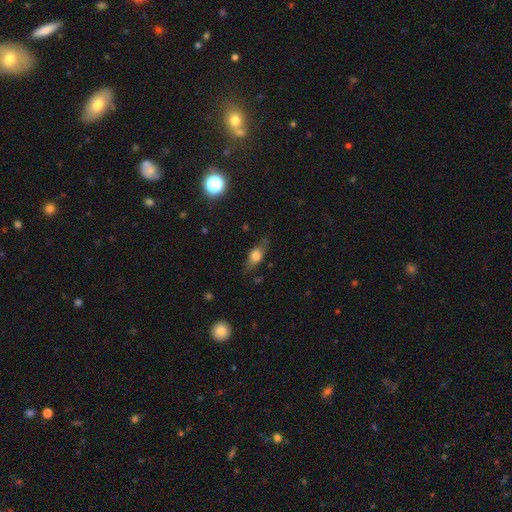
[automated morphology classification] Q: Smooth or featured?
A: smooth (58%); runner-up: featured or disk (32%)
Q: How rounded?
A: in between (69%); runner-up: cigar-shaped (19%)
Q: Merging?
A: none (71%); runner-up: minor disturbance (20%)